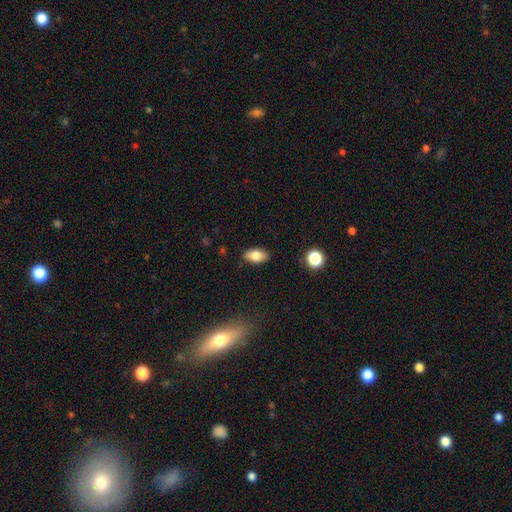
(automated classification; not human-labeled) Smooth or featured: smooth — 79% (featured or disk — 13%)
How rounded: in between — 88% (round — 6%)
Merging: none — 85% (minor disturbance — 11%)